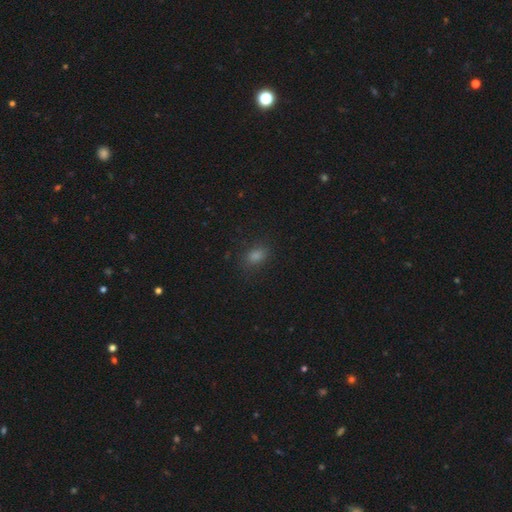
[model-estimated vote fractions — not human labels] A smooth galaxy with no disk features (75%) that is in between round and cigar-shaped (71%).

Vote fractions:
- Smooth or featured? smooth: 75% / star or artifact: 19% / featured or disk: 6%
- How rounded? in between: 71% / round: 27% / cigar-shaped: 2%
- Merging? none: 84% / minor disturbance: 11% / major disturbance: 4% / merger: 1%